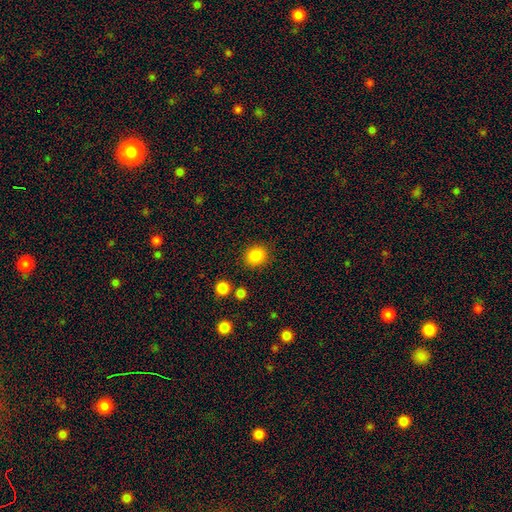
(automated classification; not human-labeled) smooth_or_featured: smooth (p=0.86) [alt: star or artifact p=0.10]
how_rounded: round (p=0.78) [alt: in between p=0.21]
merging: none (p=0.87) [alt: minor disturbance p=0.07]